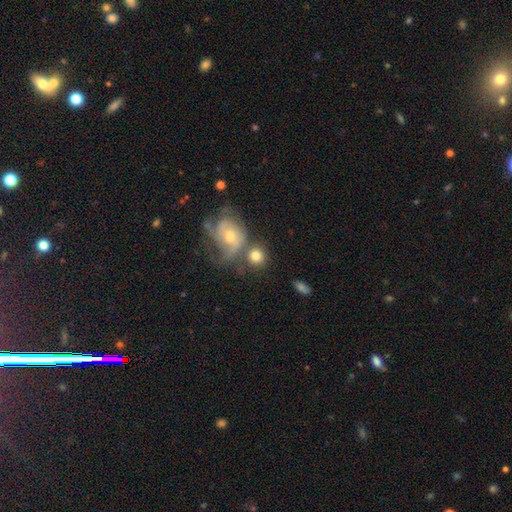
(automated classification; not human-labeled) Smooth or featured? Predicted: smooth (p=0.71). How rounded? Predicted: round (p=0.81). Merging? Predicted: none (p=0.47).